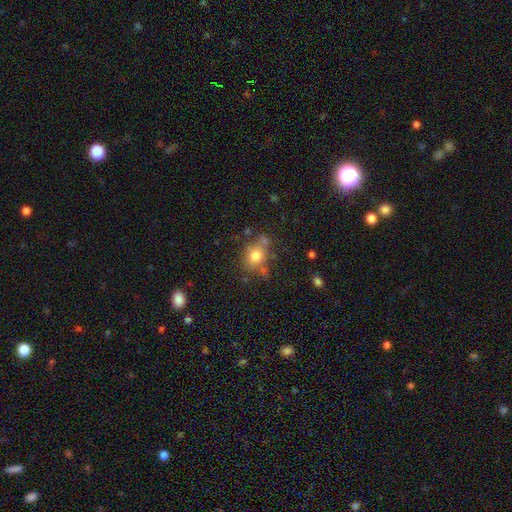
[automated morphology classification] A smooth galaxy with no disk features (76%) that is round (66%). Merging: none (62%).